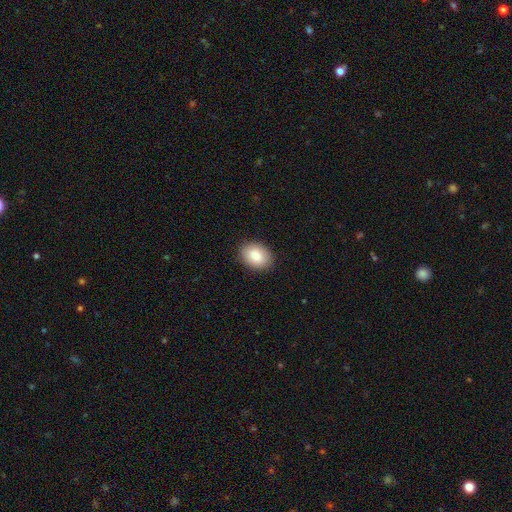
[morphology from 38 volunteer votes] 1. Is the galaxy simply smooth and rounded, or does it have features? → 79% smooth, 21% featured or disk, 0% star or artifact.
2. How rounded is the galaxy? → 87% in between, 13% round, 0% cigar-shaped.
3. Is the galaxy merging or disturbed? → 84% none, 8% major disturbance, 5% minor disturbance, 3% merger.